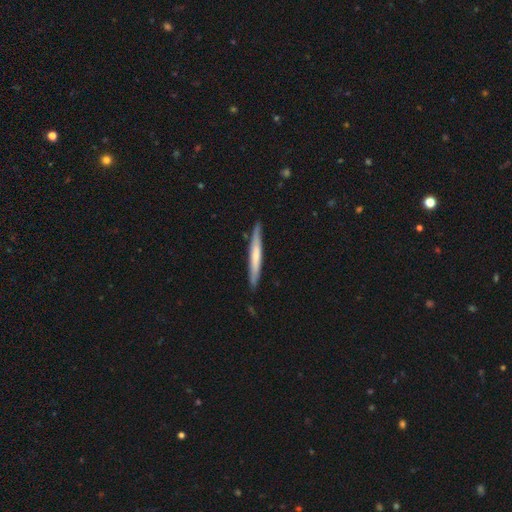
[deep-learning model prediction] Morphology: type=smooth (51%); roundness=cigar-shaped (96%); merging=none (87%).